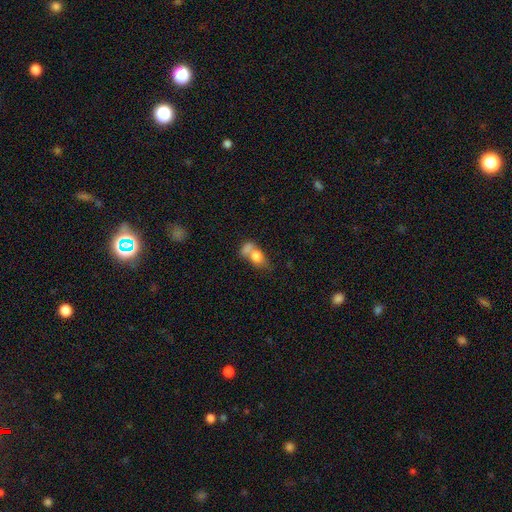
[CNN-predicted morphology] type=smooth (75%); roundness=in between (69%); merging=merger (63%).